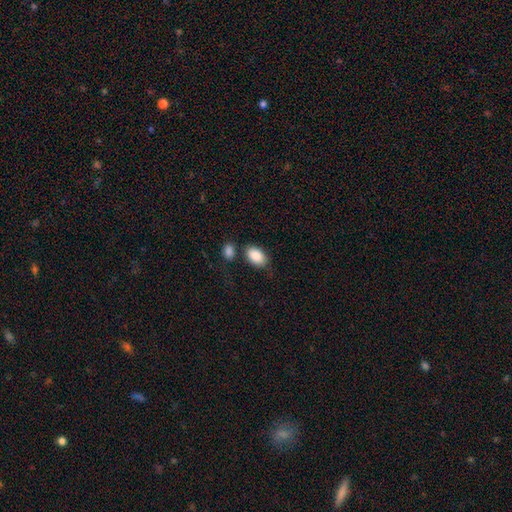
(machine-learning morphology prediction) Smooth or featured? smooth (87%)
How rounded? in between (91%)
Merging? none (69%)